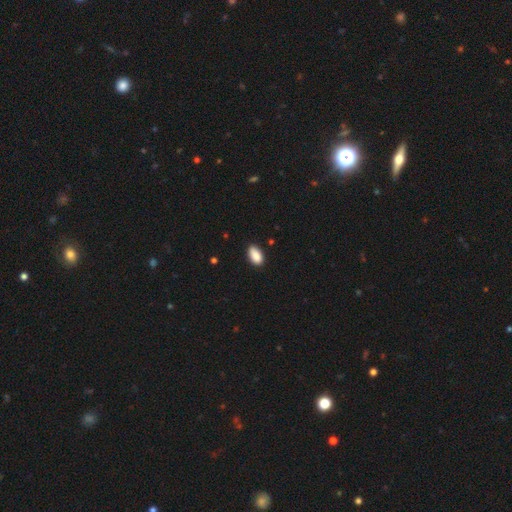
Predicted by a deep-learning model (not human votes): This is clearly a smooth galaxy (89%). How rounded: clearly in between (94%). Merging: clearly none (82%).